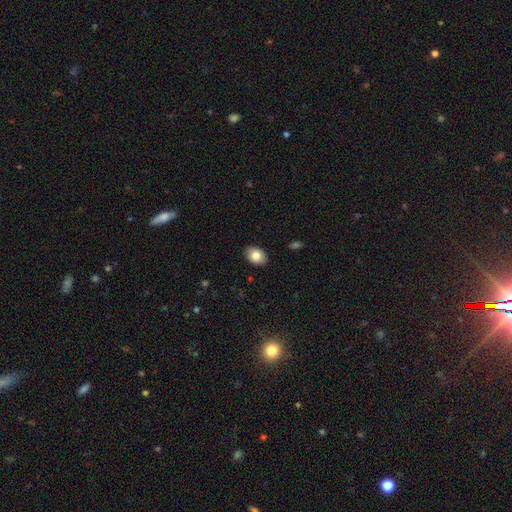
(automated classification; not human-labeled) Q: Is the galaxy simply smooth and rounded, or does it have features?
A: smooth — 83%.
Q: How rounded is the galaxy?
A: in between — 81%.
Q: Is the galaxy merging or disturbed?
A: none — 89%.